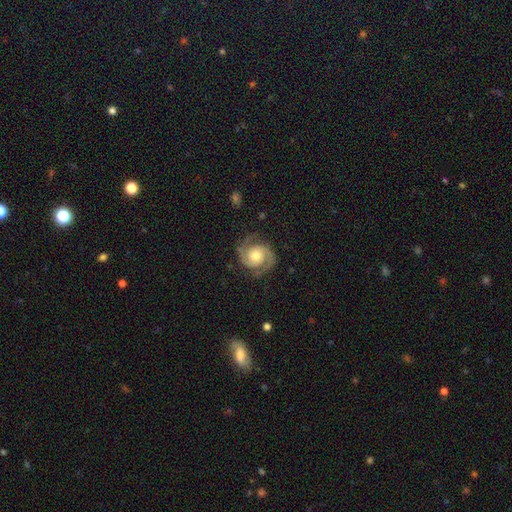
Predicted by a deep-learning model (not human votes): Smooth or featured? featured or disk (91%)
Edge-on disk? no (98%)
Bar? no (72%)
Spiral arms? yes (98%)
Spiral winding? tight (47%)
Spiral arm count? 2 (94%)
Bulge size? moderate (63%)
Merging? none (82%)